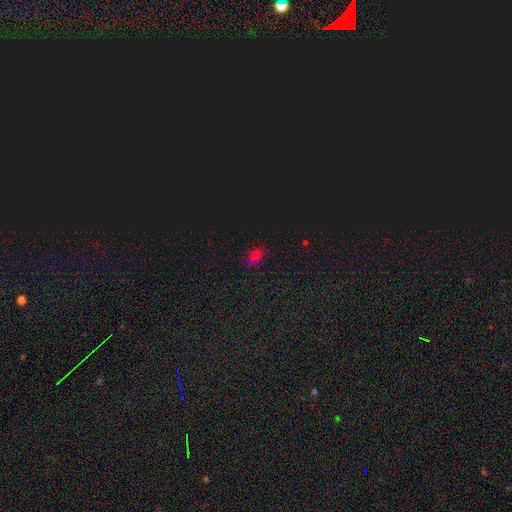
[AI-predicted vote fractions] smooth-or-featured: star or artifact: 72% | smooth: 20% | featured or disk: 8%